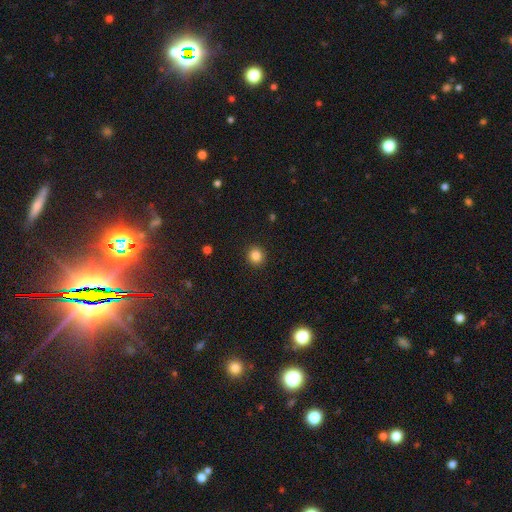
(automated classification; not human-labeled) Smooth or featured?
  - smooth: 85% *
  - star or artifact: 11%
  - featured or disk: 4%
How rounded?
  - round: 89% *
  - in between: 10%
  - cigar-shaped: 1%
Merging?
  - none: 92% *
  - minor disturbance: 5%
  - major disturbance: 2%
  - merger: 1%